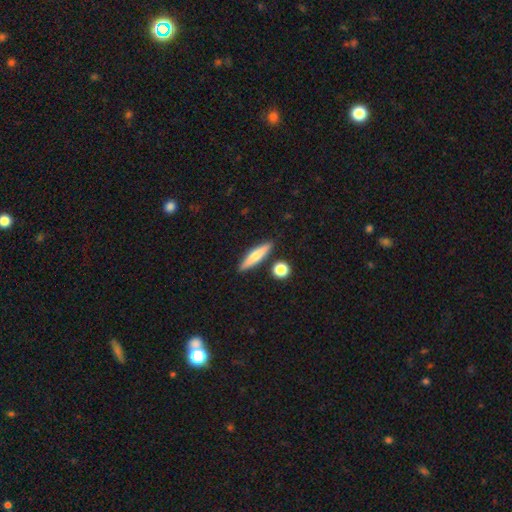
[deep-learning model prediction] Smooth or featured: smooth — 61% (featured or disk — 32%)
How rounded: cigar-shaped — 79% (in between — 18%)
Merging: none — 85% (minor disturbance — 8%)